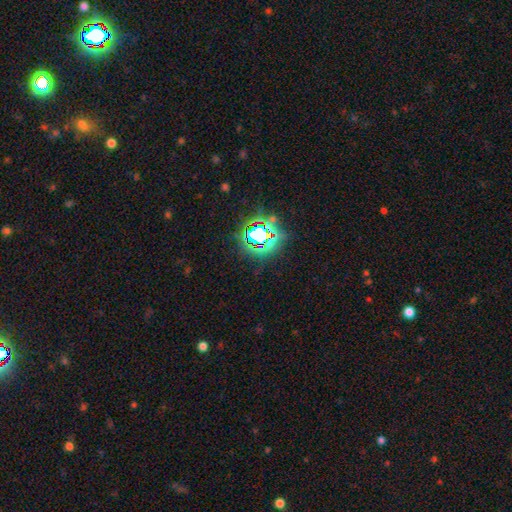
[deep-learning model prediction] Smooth or featured: star or artifact — 80% (smooth — 13%)